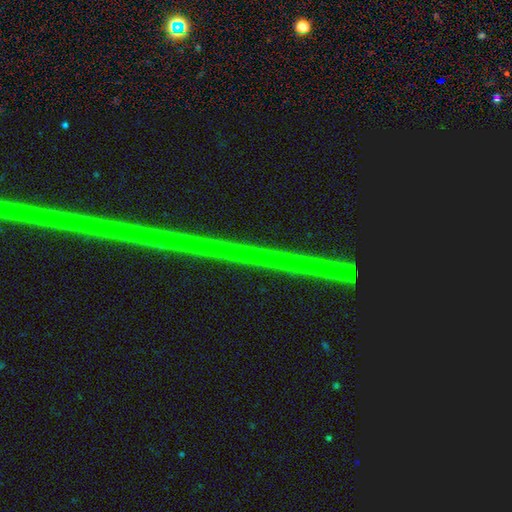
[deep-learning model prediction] A star or artifact, not a galaxy (87%).